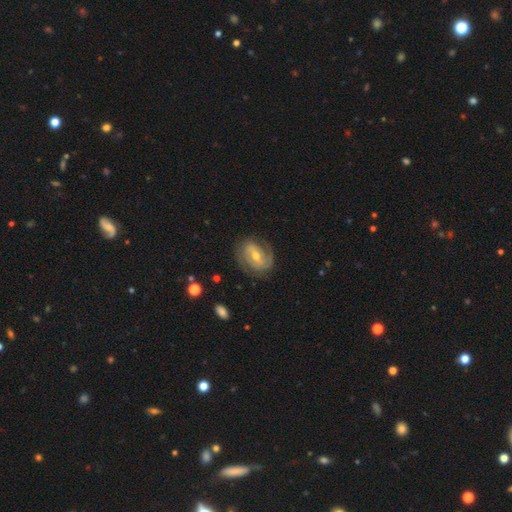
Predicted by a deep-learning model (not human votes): The model was most divided on "spiral winding": tight: 45%, medium: 40%, loose: 15%. Remaining: edge-on disk — no (96%); spiral arms — yes (90%); smooth or featured — featured or disk (81%); merging — none (75%); spiral arm count — 2 (73%); bulge size — moderate (60%); bar — weak (46%).